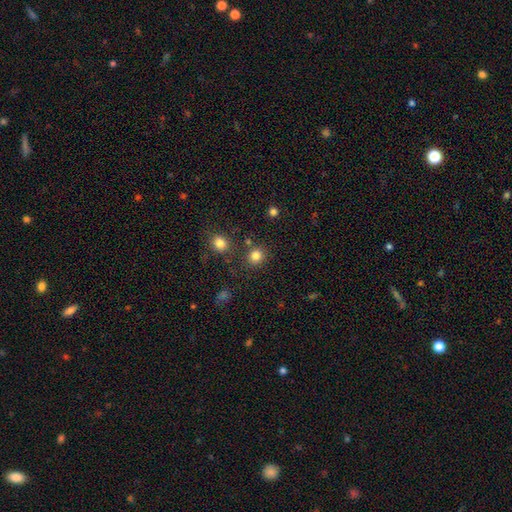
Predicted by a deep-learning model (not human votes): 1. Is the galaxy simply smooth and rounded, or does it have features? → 83% smooth, 12% star or artifact, 4% featured or disk.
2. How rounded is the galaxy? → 87% round, 12% in between, 1% cigar-shaped.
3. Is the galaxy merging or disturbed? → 82% none, 8% minor disturbance, 7% merger, 3% major disturbance.